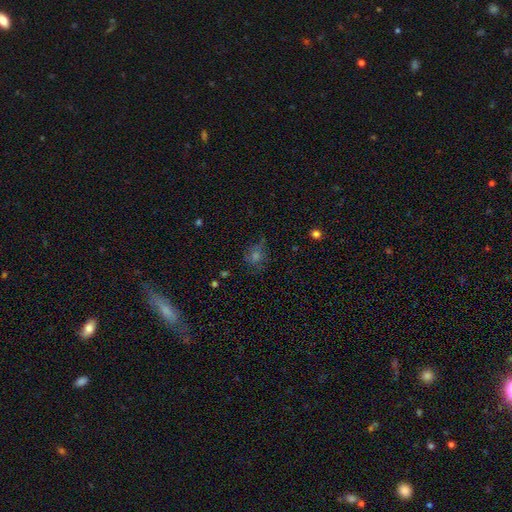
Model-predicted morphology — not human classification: smooth-or-featured: smooth: 45% | star or artifact: 32% | featured or disk: 23%
  merging: none: 70% | minor disturbance: 18% | major disturbance: 10% | merger: 3%